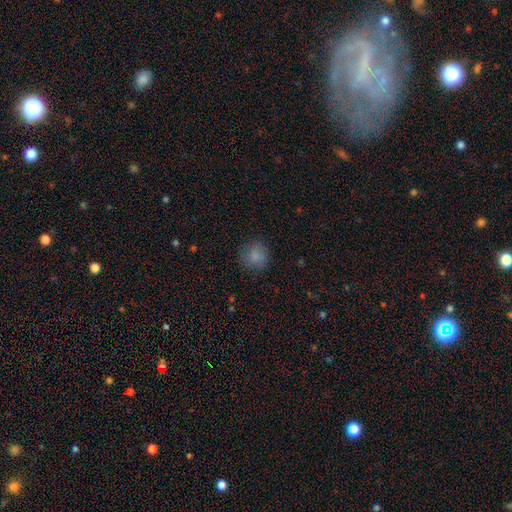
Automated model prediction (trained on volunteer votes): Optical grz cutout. It shows a smooth galaxy with no disk features (83%) that is round (88%). Merging: none (83%).